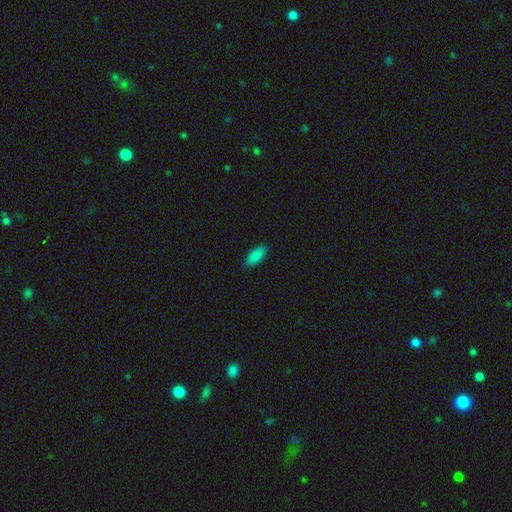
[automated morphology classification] A smooth galaxy with no disk features (88%) that is in between round and cigar-shaped (82%). Merging: none (89%).